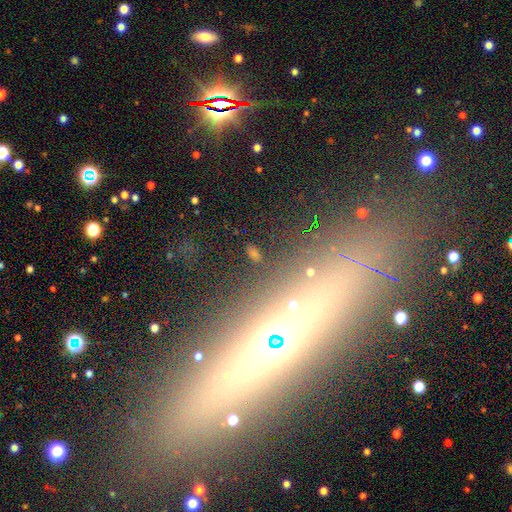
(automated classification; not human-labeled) Overall: star or artifact (50%; featured or disk 27%).